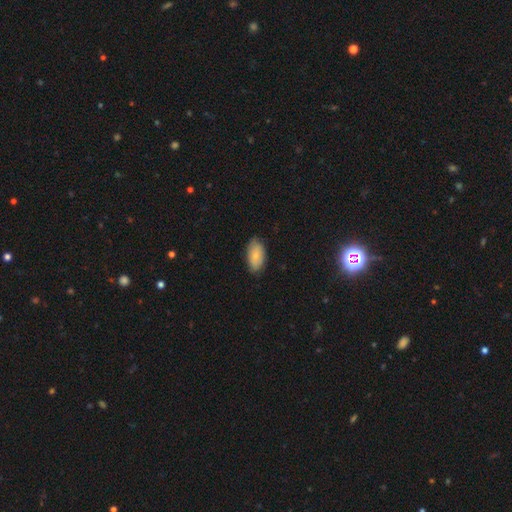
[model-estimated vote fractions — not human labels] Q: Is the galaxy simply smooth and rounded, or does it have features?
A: smooth — 80%.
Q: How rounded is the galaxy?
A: in between — 94%.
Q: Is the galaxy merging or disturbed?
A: none — 80%.